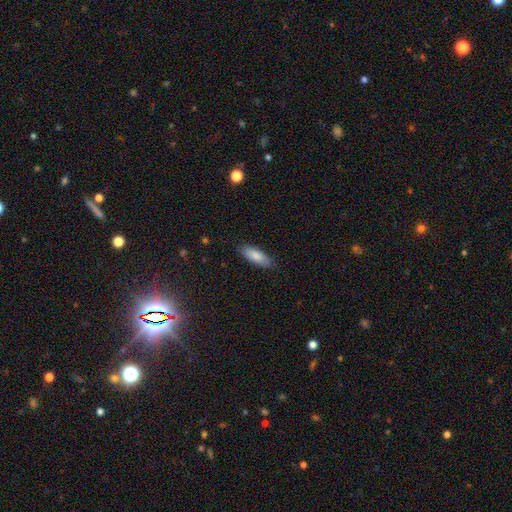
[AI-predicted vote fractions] A smooth galaxy with no disk features (82%) that is in between round and cigar-shaped (70%).

Vote fractions:
- Smooth or featured? smooth: 82% / featured or disk: 12% / star or artifact: 6%
- How rounded? in between: 70% / cigar-shaped: 28% / round: 2%
- Merging? none: 86% / minor disturbance: 11% / major disturbance: 2% / merger: 1%